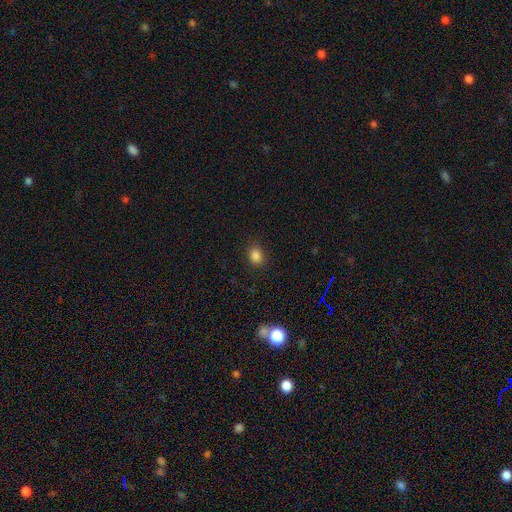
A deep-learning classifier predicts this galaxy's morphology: This appears to be a smooth galaxy with no disk features (84%) that is in between round and cigar-shaped (60%). Merging: none (87%).